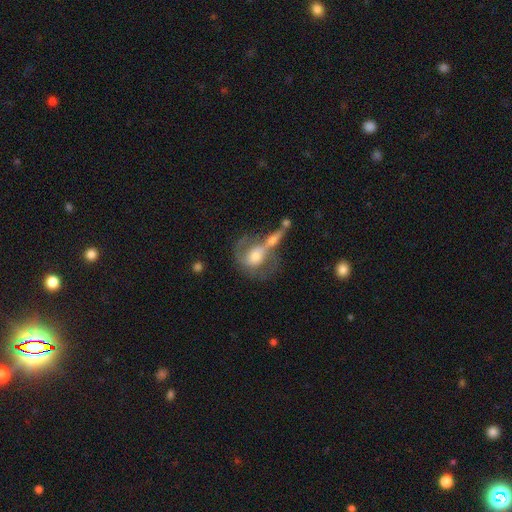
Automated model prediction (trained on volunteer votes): This is possibly a featured or disk galaxy (55%). It is clearly not viewed edge-on (92%). Bar: likely no (68%). Spiral arm pattern: likely yes (63%). Central bulge: possibly moderate (55%). Merging: possibly merger (52%).